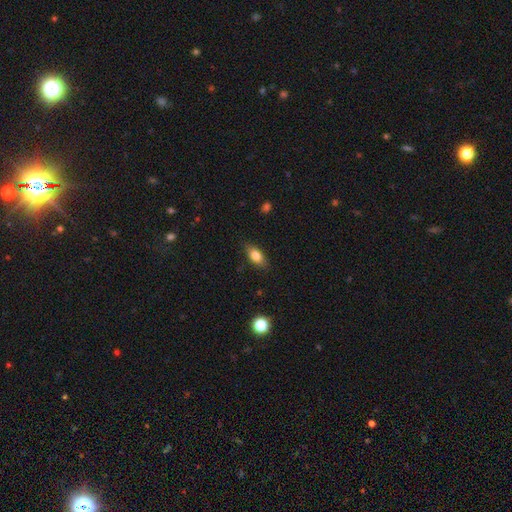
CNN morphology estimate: Smooth or featured? Predicted: smooth (p=0.80). How rounded? Predicted: in between (p=0.86). Merging? Predicted: none (p=0.83).